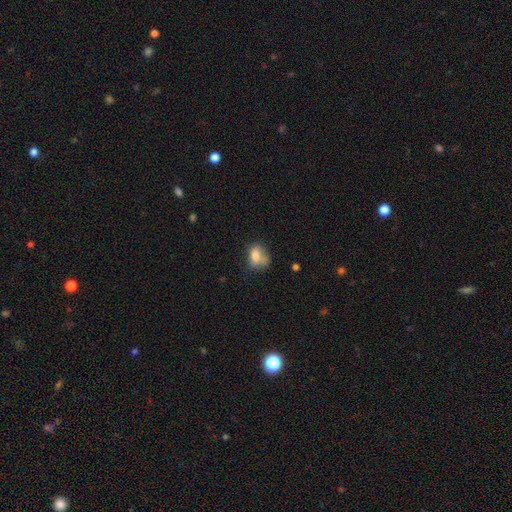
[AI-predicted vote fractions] Overall: smooth (75%). How rounded: in between (69%; round 29%). Merging: none (36%; minor disturbance 31%).